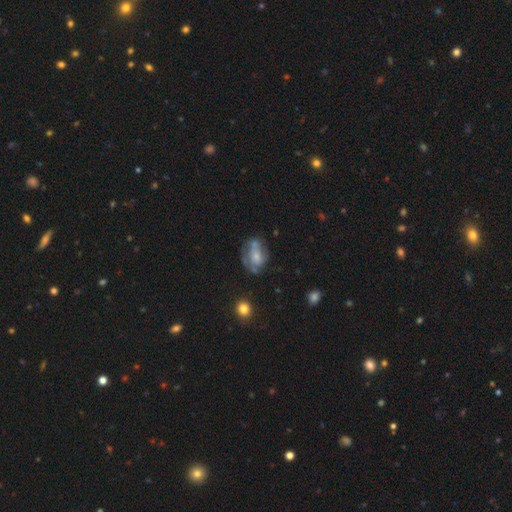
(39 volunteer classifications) Smooth or featured?
  - featured or disk: 64% *
  - smooth: 33%
  - star or artifact: 3%
Edge-on disk?
  - no: 100% *
  - yes: 0%
Bar?
  - no: 64% *
  - weak: 28%
  - strong: 8%
Spiral arms?
  - no: 64% *
  - yes: 36%
Bulge size?
  - small: 44% *
  - moderate: 32%
  - none: 24%
  - dominant: 0%
  - large: 0%
Merging?
  - none: 50% *
  - minor disturbance: 26%
  - major disturbance: 16%
  - merger: 8%